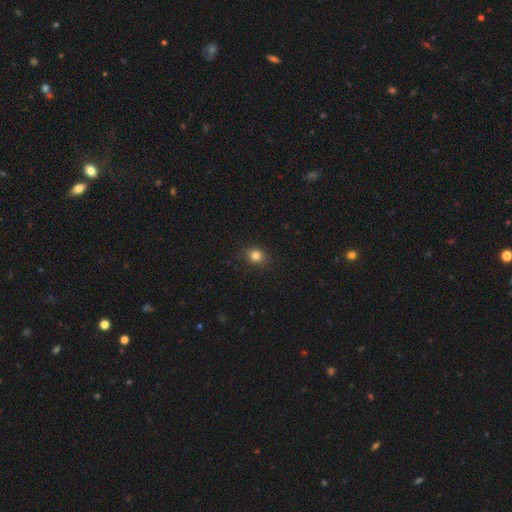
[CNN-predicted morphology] Smooth or featured?
  - smooth: 82% *
  - star or artifact: 13%
  - featured or disk: 5%
How rounded?
  - round: 70% *
  - in between: 29%
  - cigar-shaped: 1%
Merging?
  - none: 87% *
  - minor disturbance: 9%
  - major disturbance: 2%
  - merger: 1%